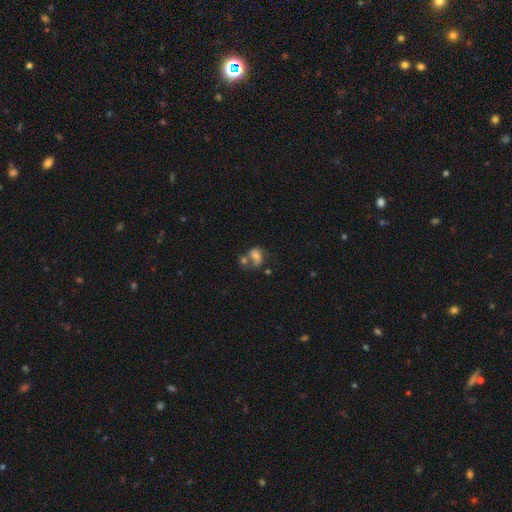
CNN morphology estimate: smooth 61%, featured or disk 26%, star or artifact 12%. Down the decision tree: how rounded — in between (66%); merging — merger (45%).